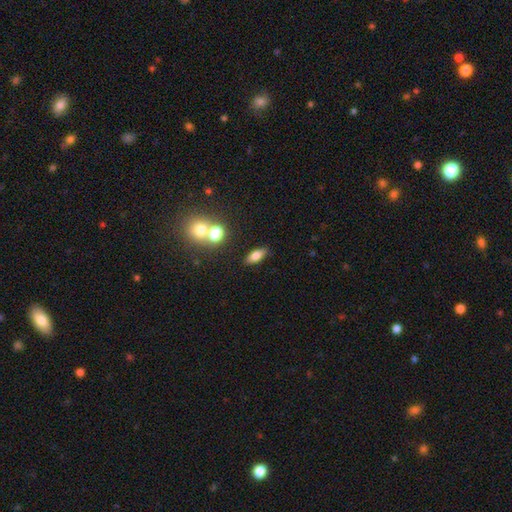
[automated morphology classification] A smooth galaxy with no disk features (71%) that is in between round and cigar-shaped (68%).

Vote fractions:
- Smooth or featured? smooth: 71% / featured or disk: 19% / star or artifact: 10%
- How rounded? in between: 68% / cigar-shaped: 25% / round: 7%
- Merging? none: 82% / minor disturbance: 9% / merger: 6% / major disturbance: 3%